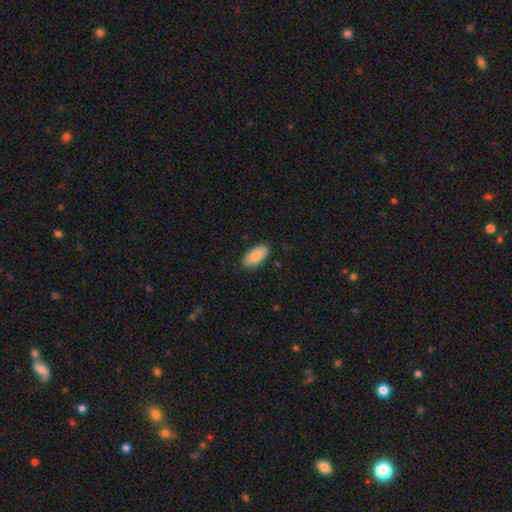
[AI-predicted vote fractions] Morphology: type=smooth (85%); roundness=in between (93%); merging=none (87%).